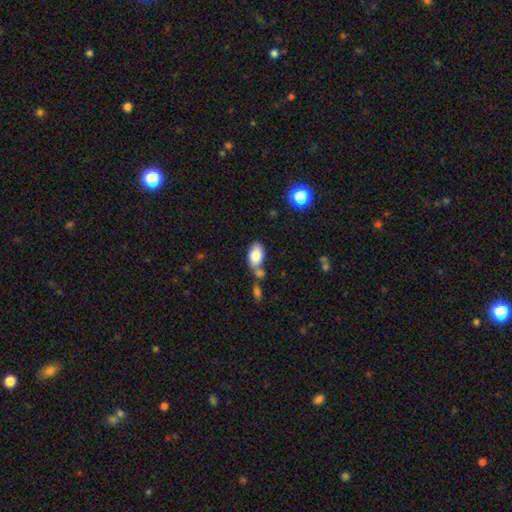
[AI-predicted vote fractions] smooth 83%, featured or disk 10%, star or artifact 7%. Down the decision tree: how rounded — in between (93%); merging — none (48%).